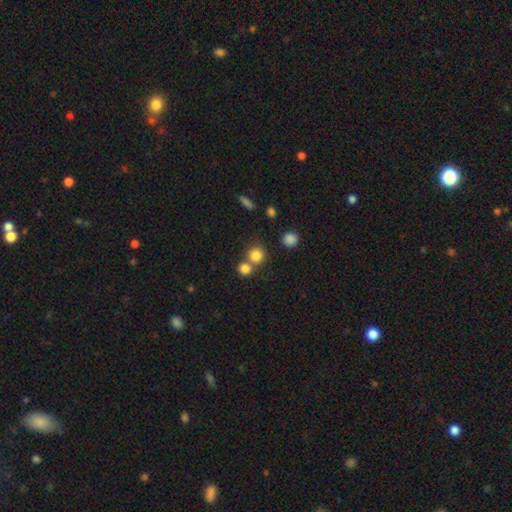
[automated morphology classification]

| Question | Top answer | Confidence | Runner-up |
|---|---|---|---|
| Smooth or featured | smooth | 82% | star or artifact (12%) |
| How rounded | round | 88% | in between (11%) |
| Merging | none | 55% | merger (36%) |